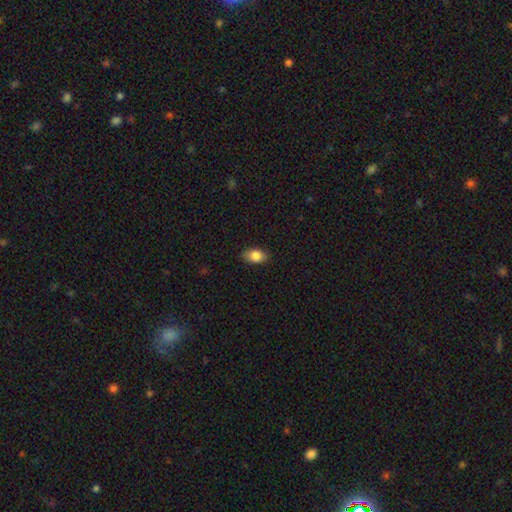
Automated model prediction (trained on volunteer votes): Smooth or featured: smooth — 84% (featured or disk — 8%)
How rounded: in between — 85% (round — 13%)
Merging: none — 84% (minor disturbance — 13%)